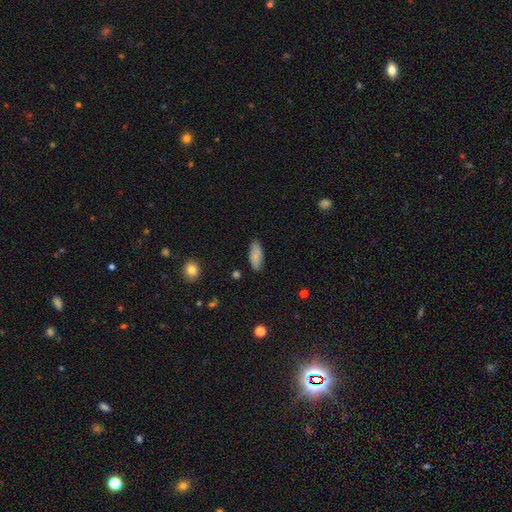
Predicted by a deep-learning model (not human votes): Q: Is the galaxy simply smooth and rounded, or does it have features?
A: smooth — 83%.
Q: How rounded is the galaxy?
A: in between — 82%.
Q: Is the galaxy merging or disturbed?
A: none — 85%.